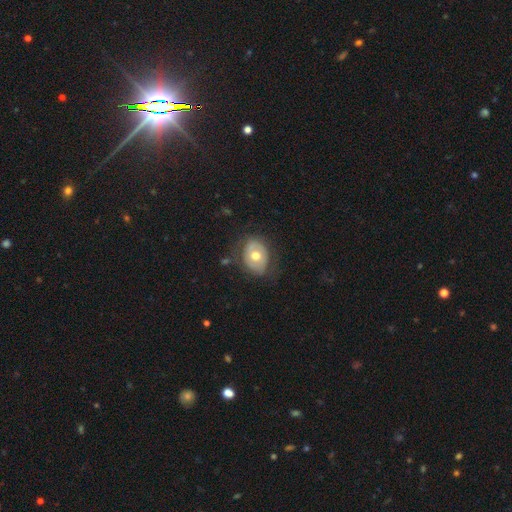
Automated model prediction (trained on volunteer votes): Smooth or featured? smooth (49%)
Merging? none (67%)